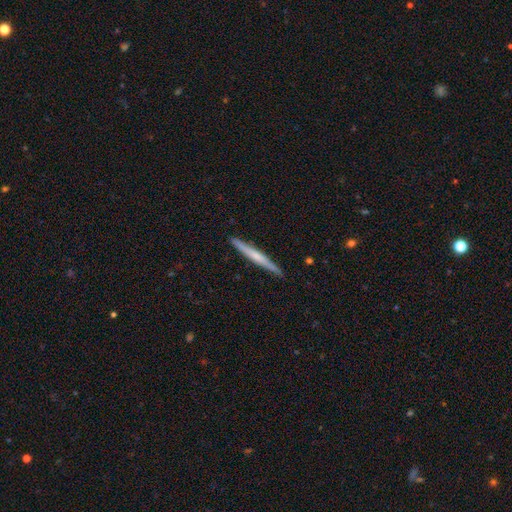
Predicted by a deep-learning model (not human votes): Smooth or featured: featured or disk — 53% (smooth — 42%)
Edge-on disk: yes — 97% (no — 3%)
Edge-on bulge: none — 52% (rounded — 39%)
Merging: none — 91% (minor disturbance — 7%)